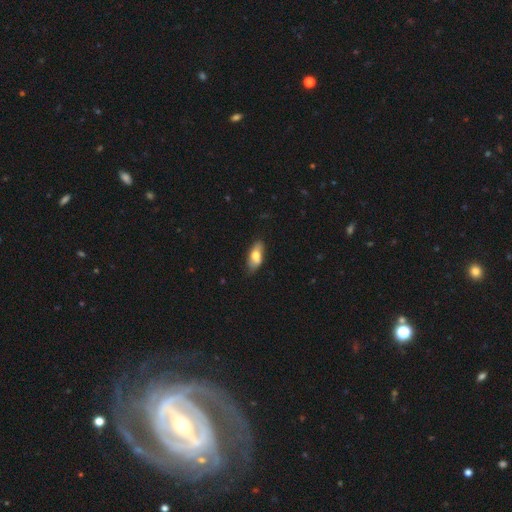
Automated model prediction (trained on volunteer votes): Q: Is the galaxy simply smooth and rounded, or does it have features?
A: smooth — 67%.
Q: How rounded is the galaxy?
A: in between — 82%.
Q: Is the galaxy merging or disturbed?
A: none — 75%.